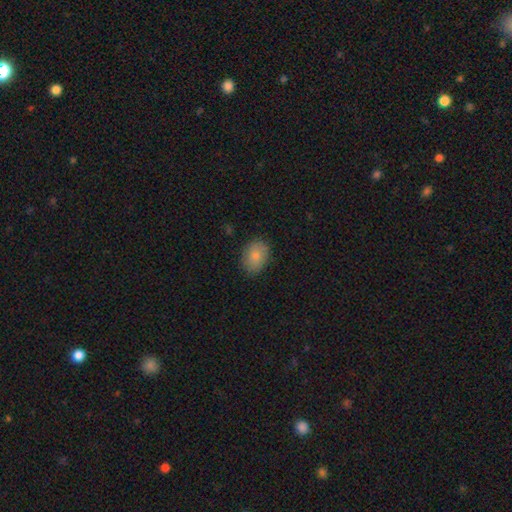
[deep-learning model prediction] Smooth or featured? smooth (82%)
How rounded? in between (68%)
Merging? none (83%)